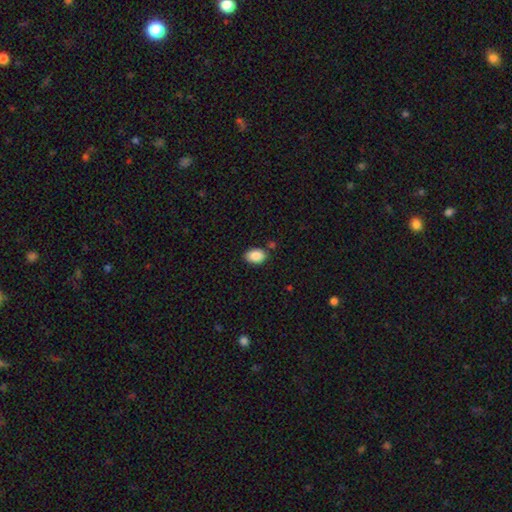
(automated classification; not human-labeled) A smooth galaxy with no disk features (88%) that is in between round and cigar-shaped (86%). Merging: none (82%).